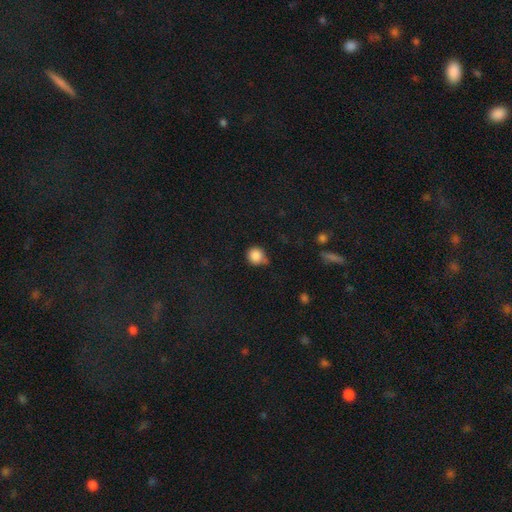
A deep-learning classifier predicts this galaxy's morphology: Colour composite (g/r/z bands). It shows a smooth galaxy with no disk features (86%) that is round (90%). Merging: none (60%).